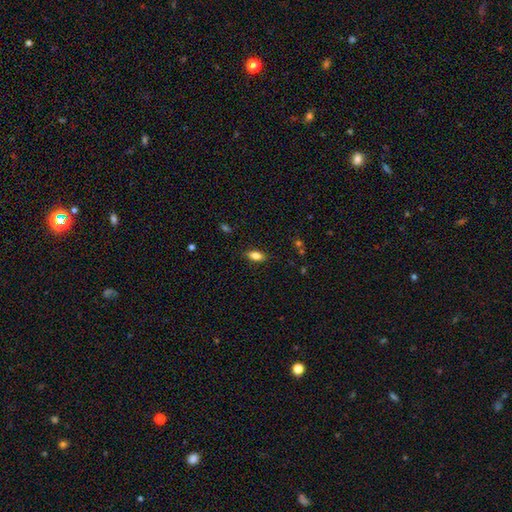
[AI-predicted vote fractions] Smooth or featured: smooth — 79% (featured or disk — 12%)
How rounded: in between — 83% (cigar-shaped — 12%)
Merging: none — 85% (minor disturbance — 11%)